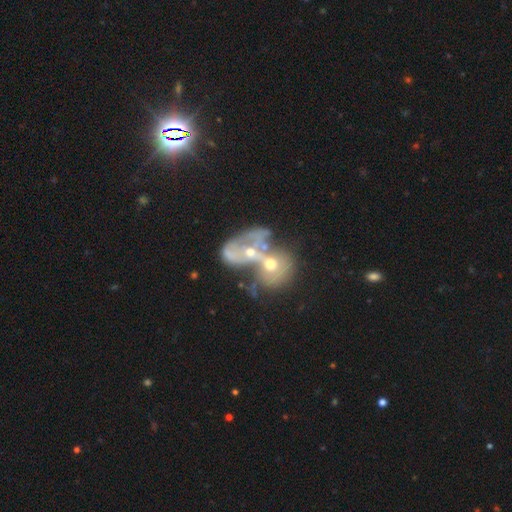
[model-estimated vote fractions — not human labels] featured or disk 62%, smooth 23%, star or artifact 15%. Down the decision tree: edge-on disk — no (96%); bar — no (76%); spiral arms — yes (54%); bulge size — moderate (54%); merging — merger (81%).